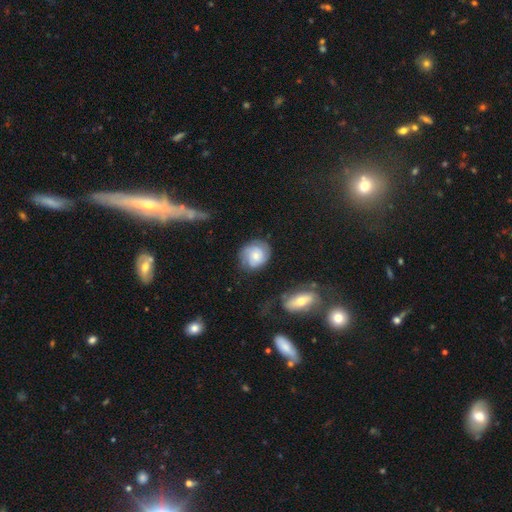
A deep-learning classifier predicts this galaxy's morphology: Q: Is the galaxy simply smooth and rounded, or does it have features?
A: featured or disk — 58%.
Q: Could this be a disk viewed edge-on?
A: no — 97%.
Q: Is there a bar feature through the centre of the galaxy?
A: no — 70%.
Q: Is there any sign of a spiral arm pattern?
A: yes — 89%.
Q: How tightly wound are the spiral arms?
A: tight — 61%.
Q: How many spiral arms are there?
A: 2 — 39%.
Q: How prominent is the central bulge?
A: small — 50%.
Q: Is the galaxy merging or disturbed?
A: none — 68%.